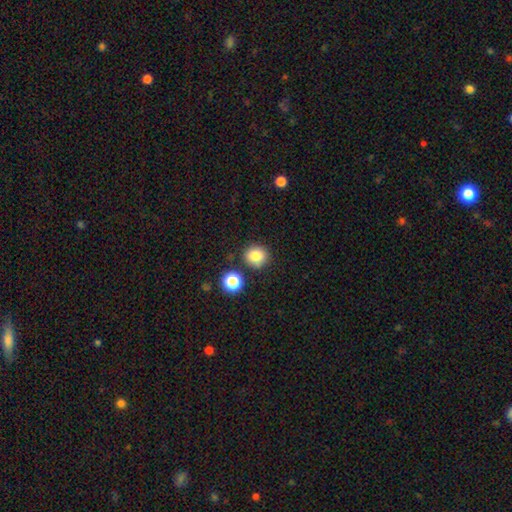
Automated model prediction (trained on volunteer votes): Smooth or featured? Predicted: smooth (p=0.82). How rounded? Predicted: round (p=0.86). Merging? Predicted: none (p=0.82).